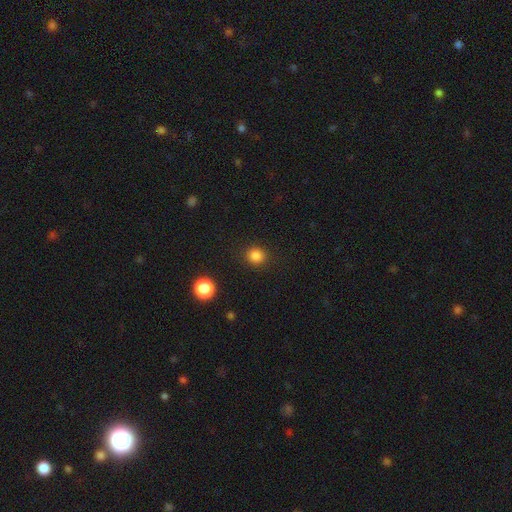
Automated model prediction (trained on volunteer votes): smooth-or-featured: smooth: 84% | star or artifact: 12% | featured or disk: 3%
  how-rounded: round: 87% | in between: 12% | cigar-shaped: 1%
  merging: none: 89% | minor disturbance: 7% | major disturbance: 3% | merger: 1%